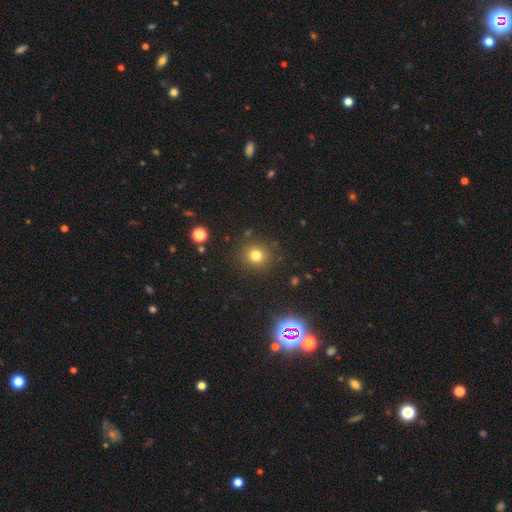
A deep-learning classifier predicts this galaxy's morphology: Q: Smooth or featured?
A: smooth (77%); runner-up: star or artifact (16%)
Q: How rounded?
A: round (88%); runner-up: in between (11%)
Q: Merging?
A: none (87%); runner-up: minor disturbance (8%)